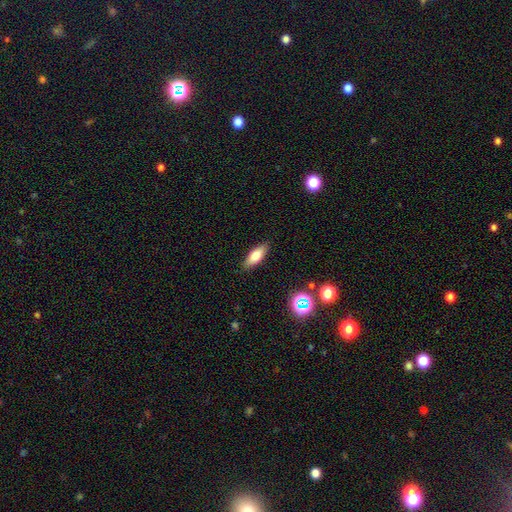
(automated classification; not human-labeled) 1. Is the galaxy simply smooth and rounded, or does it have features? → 71% smooth, 21% featured or disk, 9% star or artifact.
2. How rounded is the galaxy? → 68% in between, 29% cigar-shaped, 3% round.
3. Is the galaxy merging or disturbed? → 87% none, 9% minor disturbance, 2% major disturbance, 1% merger.